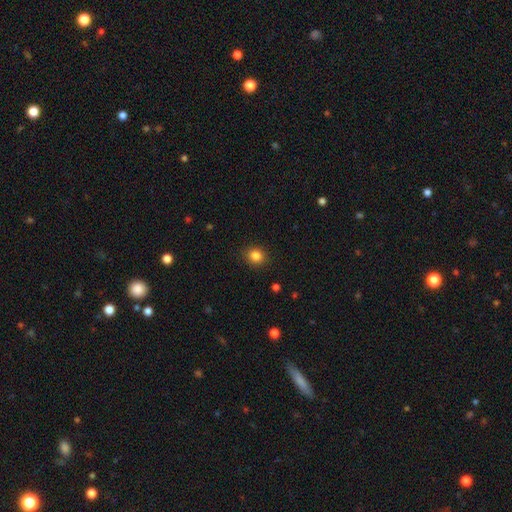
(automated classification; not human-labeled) smooth_or_featured: smooth (p=0.85) [alt: star or artifact p=0.11]
how_rounded: round (p=0.71) [alt: in between p=0.28]
merging: none (p=0.89) [alt: minor disturbance p=0.07]